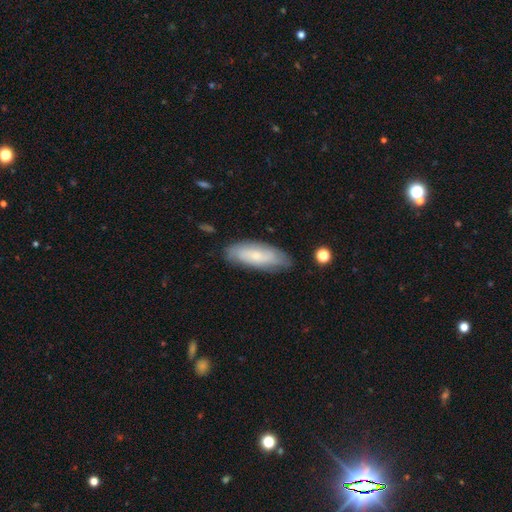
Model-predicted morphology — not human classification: Overall: smooth (59%; featured or disk 34%). How rounded: in between (64%; cigar-shaped 34%). Merging: none (79%).